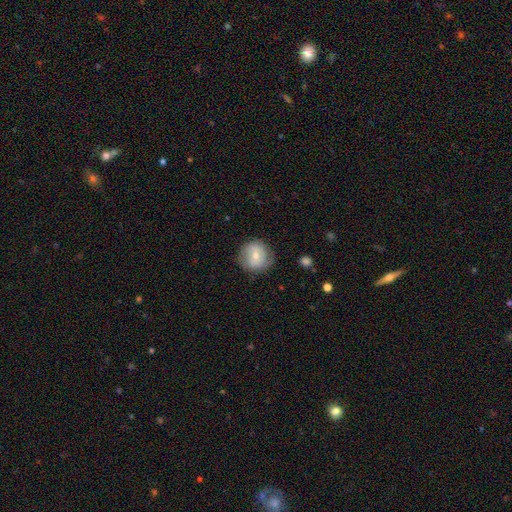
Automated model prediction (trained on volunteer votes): This is possibly a smooth galaxy (53%). How rounded: clearly round (88%). Merging: likely none (77%).